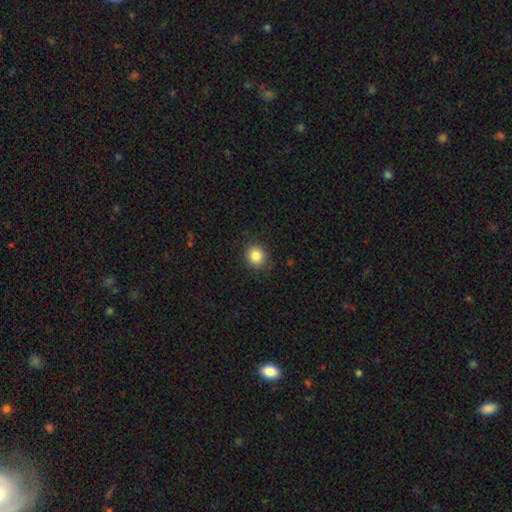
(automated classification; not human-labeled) A smooth galaxy with no disk features (85%) that is round (77%).

Vote fractions:
- Smooth or featured? smooth: 85% / star or artifact: 10% / featured or disk: 5%
- How rounded? round: 77% / in between: 22% / cigar-shaped: 1%
- Merging? none: 87% / minor disturbance: 9% / major disturbance: 3% / merger: 1%